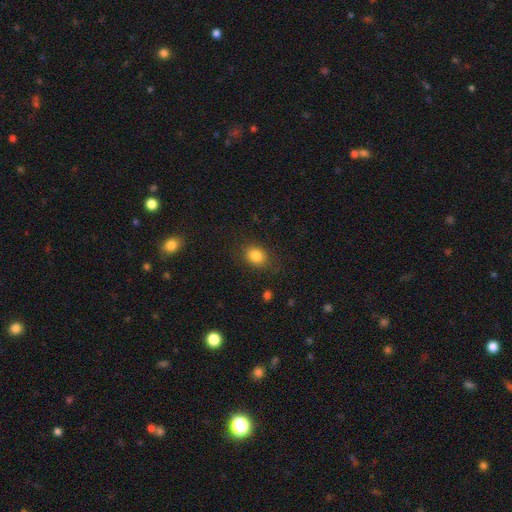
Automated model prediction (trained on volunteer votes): Morphology: type=smooth (84%); roundness=in between (57%); merging=none (81%).